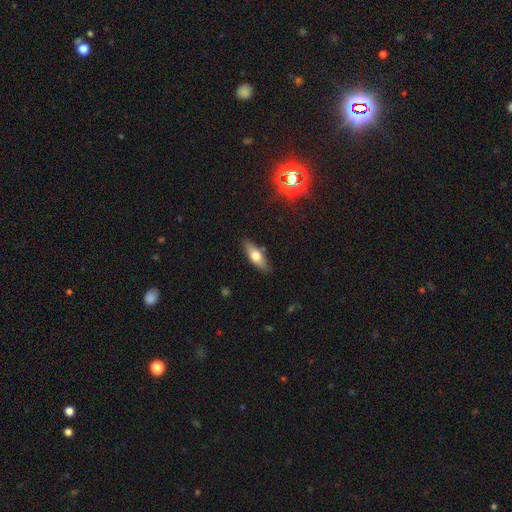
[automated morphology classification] Q: Smooth or featured?
A: smooth (62%); runner-up: featured or disk (31%)
Q: How rounded?
A: in between (60%); runner-up: cigar-shaped (37%)
Q: Merging?
A: none (84%); runner-up: minor disturbance (12%)